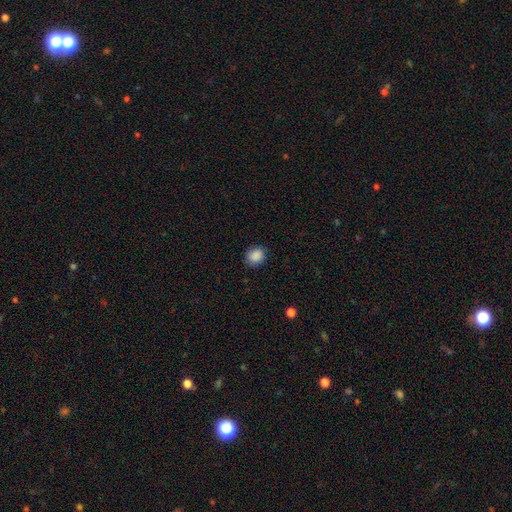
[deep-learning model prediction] smooth-or-featured: smooth: 88% | star or artifact: 9% | featured or disk: 3%
  how-rounded: round: 73% | in between: 26% | cigar-shaped: 1%
  merging: none: 88% | minor disturbance: 9% | major disturbance: 2% | merger: 1%